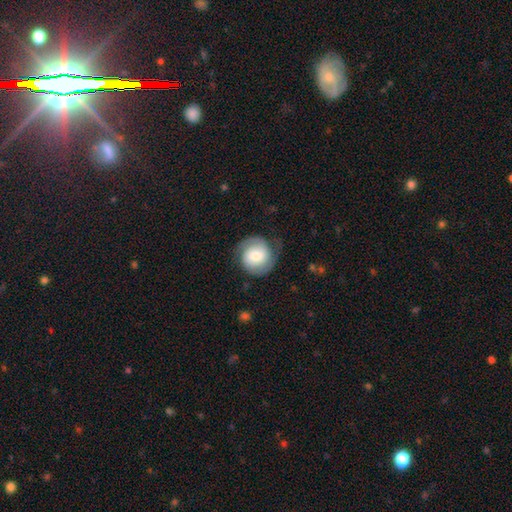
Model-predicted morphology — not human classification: Q: Smooth or featured?
A: featured or disk (61%); runner-up: smooth (33%)
Q: Edge-on disk?
A: no (98%); runner-up: yes (2%)
Q: Bar?
A: no (60%); runner-up: weak (32%)
Q: Spiral arms?
A: yes (90%); runner-up: no (10%)
Q: Spiral winding?
A: tight (49%); runner-up: medium (37%)
Q: Spiral arm count?
A: 2 (83%); runner-up: can't tell (7%)
Q: Bulge size?
A: moderate (56%); runner-up: small (28%)
Q: Merging?
A: none (72%); runner-up: minor disturbance (18%)